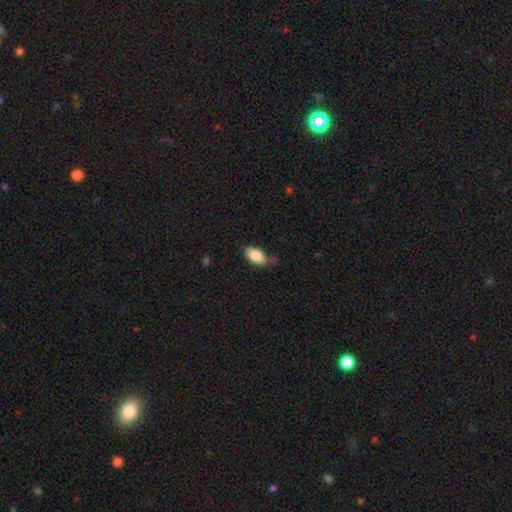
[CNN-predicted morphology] The model was most divided on "merging": none: 58%, minor disturbance: 31%, major disturbance: 7%, merger: 4%. More confident: how rounded — in between (92%); smooth or featured — smooth (85%).